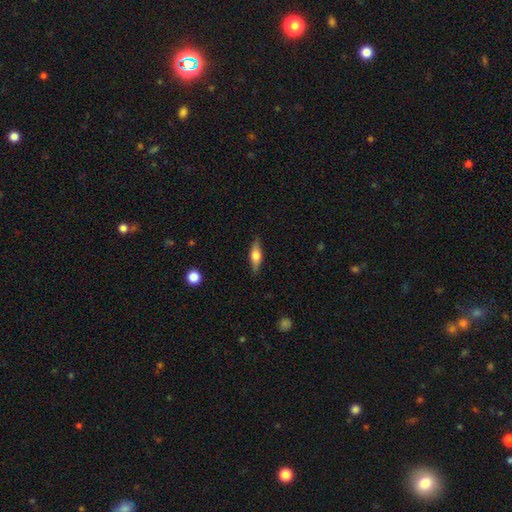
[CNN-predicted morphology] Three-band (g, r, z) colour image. It shows a smooth galaxy with no disk features (58%) that is in between round and cigar-shaped (54%). Merging: none (85%).